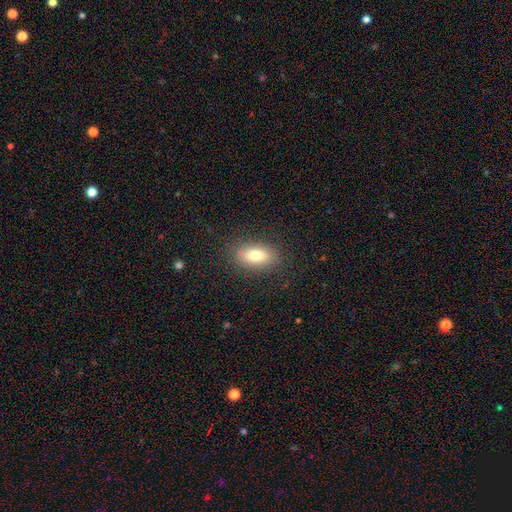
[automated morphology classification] The model was most divided on "smooth or featured": smooth: 76%, featured or disk: 15%, star or artifact: 9%. More confident: how rounded — in between (87%); merging — none (86%).